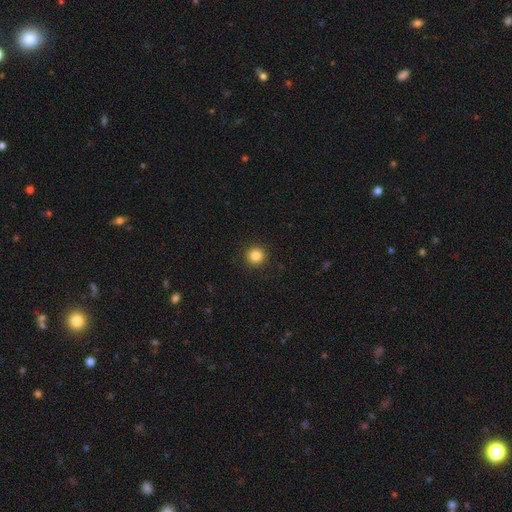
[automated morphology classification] smooth-or-featured: smooth: 85% | star or artifact: 11% | featured or disk: 4%
  how-rounded: round: 95% | in between: 4% | cigar-shaped: 1%
  merging: none: 92% | minor disturbance: 5% | major disturbance: 2% | merger: 1%